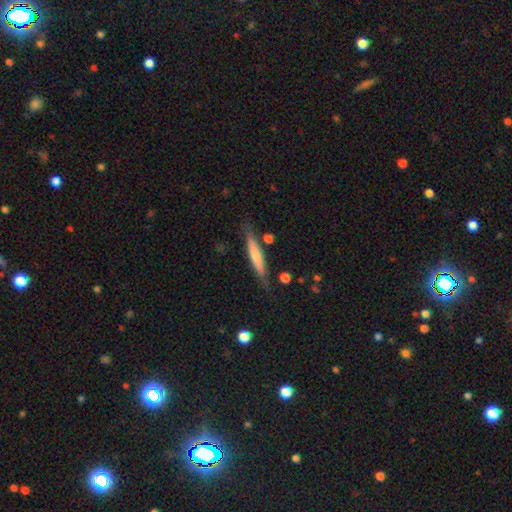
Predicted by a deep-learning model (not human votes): Smooth or featured?
  - smooth: 57% *
  - featured or disk: 37%
  - star or artifact: 6%
How rounded?
  - cigar-shaped: 91% *
  - in between: 7%
  - round: 2%
Merging?
  - none: 78% *
  - minor disturbance: 15%
  - merger: 4%
  - major disturbance: 3%